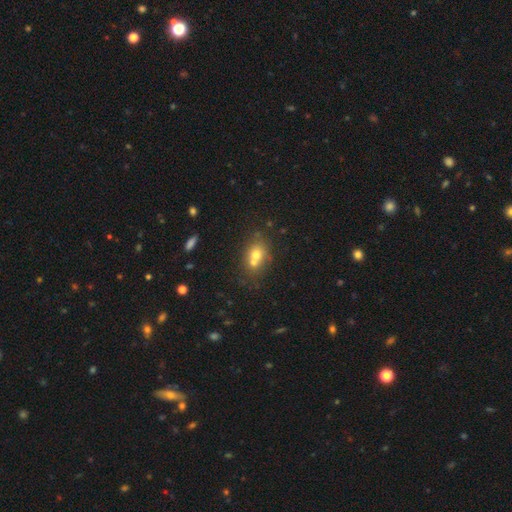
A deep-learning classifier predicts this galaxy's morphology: Smooth or featured? Predicted: smooth (p=0.64). How rounded? Predicted: in between (p=0.51). Merging? Predicted: merger (p=0.47).